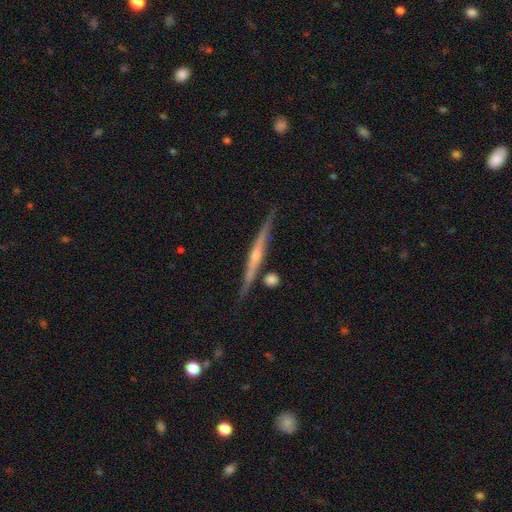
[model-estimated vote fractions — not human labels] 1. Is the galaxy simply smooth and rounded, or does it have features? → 79% featured or disk, 15% smooth, 6% star or artifact.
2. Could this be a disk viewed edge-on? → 98% yes, 2% no.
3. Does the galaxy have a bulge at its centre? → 67% rounded, 26% none, 7% boxy.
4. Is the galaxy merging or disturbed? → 85% none, 9% minor disturbance, 4% merger, 2% major disturbance.